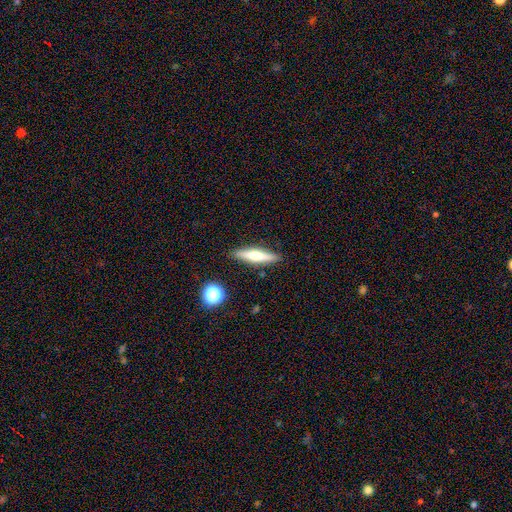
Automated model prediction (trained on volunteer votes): The model was most divided on "smooth or featured": smooth: 48%, featured or disk: 45%, star or artifact: 7%. More confident: merging — none (88%).